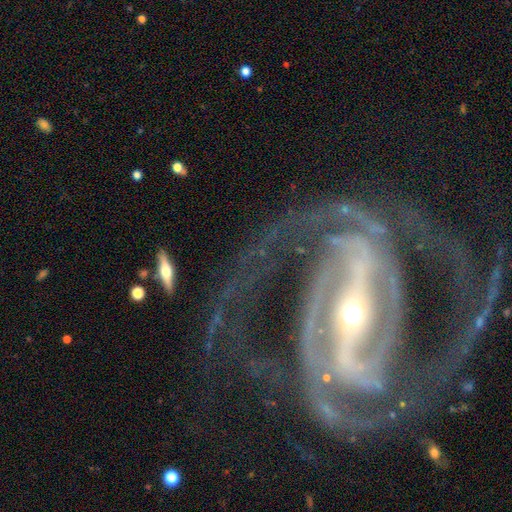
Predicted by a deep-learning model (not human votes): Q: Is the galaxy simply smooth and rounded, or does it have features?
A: featured or disk — 93%.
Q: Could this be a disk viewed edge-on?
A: no — 97%.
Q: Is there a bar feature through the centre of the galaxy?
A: strong — 80%.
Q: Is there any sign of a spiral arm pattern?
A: yes — 98%.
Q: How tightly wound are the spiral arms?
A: medium — 51%.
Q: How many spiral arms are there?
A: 2 — 69%.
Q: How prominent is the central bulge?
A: small — 67%.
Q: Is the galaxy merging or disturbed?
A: none — 61%.